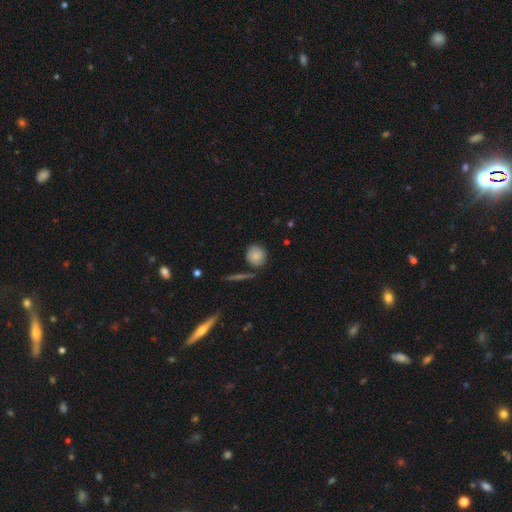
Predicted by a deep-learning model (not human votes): smooth-or-featured: smooth: 77% | featured or disk: 14% | star or artifact: 8%
  how-rounded: round: 84% | in between: 14% | cigar-shaped: 2%
  merging: none: 74% | minor disturbance: 15% | merger: 7% | major disturbance: 4%